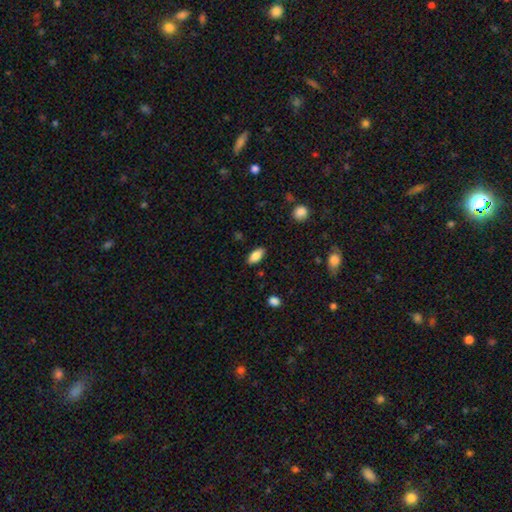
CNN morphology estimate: smooth_or_featured: smooth (p=0.85) [alt: featured or disk p=0.08]
how_rounded: in between (p=0.89) [alt: cigar-shaped p=0.09]
merging: none (p=0.87) [alt: minor disturbance p=0.10]